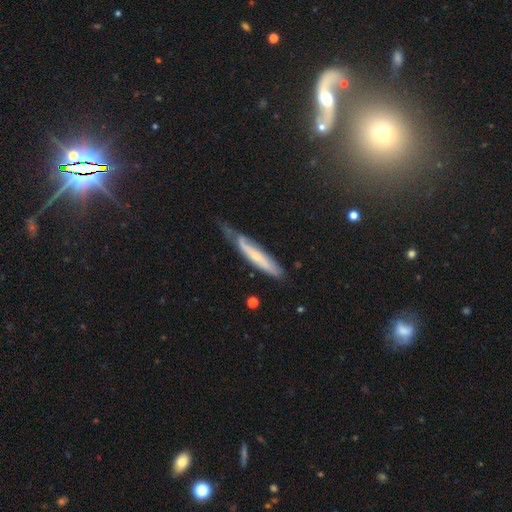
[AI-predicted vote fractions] Q: Smooth or featured?
A: featured or disk (55%); runner-up: smooth (38%)
Q: Edge-on disk?
A: yes (56%); runner-up: no (44%)
Q: Merging?
A: none (45%); runner-up: minor disturbance (37%)